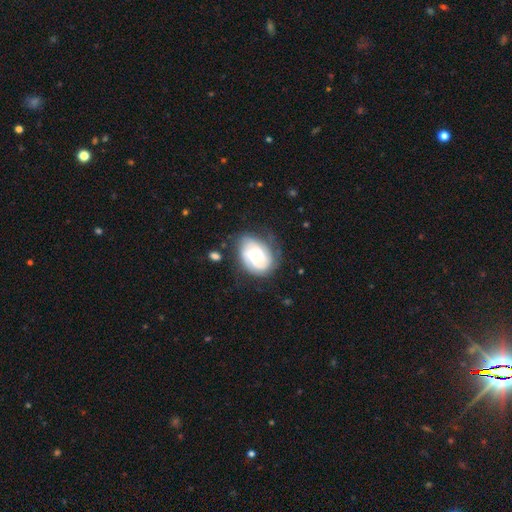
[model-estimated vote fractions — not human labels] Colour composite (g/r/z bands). It shows a featured or disk galaxy (64%) with no bar (62%), tight (53%) spiral arms (84%) and a moderate central bulge (64%). Merging: none (58%).